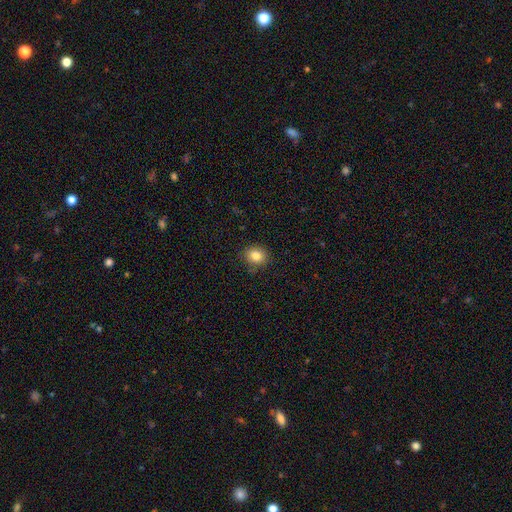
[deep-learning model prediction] The model was most divided on "how rounded": round: 79%, in between: 20%, cigar-shaped: 1%. More confident: merging — none (87%); smooth or featured — smooth (83%).